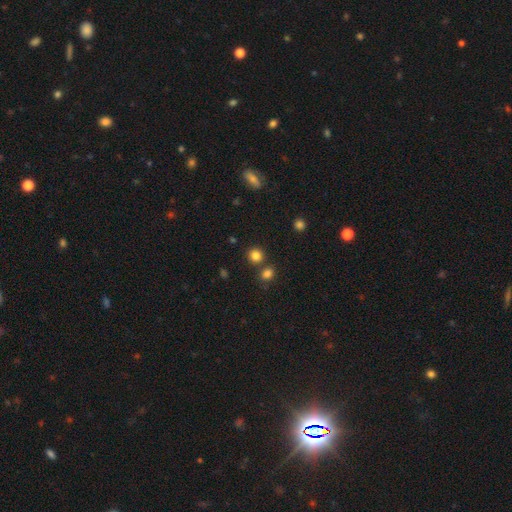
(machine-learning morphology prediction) Smooth or featured?
  - smooth: 82% *
  - star or artifact: 13%
  - featured or disk: 4%
How rounded?
  - round: 89% *
  - in between: 10%
  - cigar-shaped: 1%
Merging?
  - none: 77% *
  - merger: 14%
  - minor disturbance: 7%
  - major disturbance: 3%